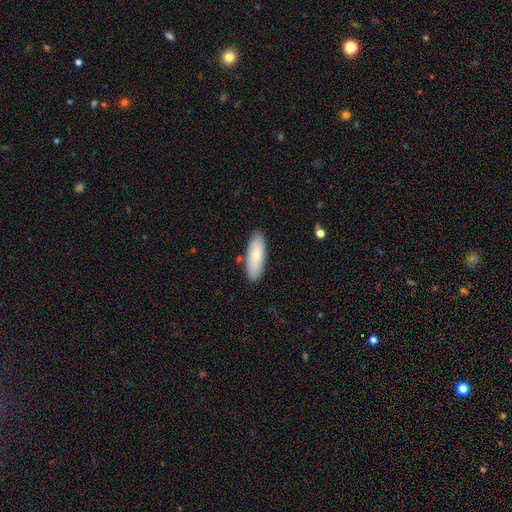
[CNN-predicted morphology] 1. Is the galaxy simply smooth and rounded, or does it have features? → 80% smooth, 14% featured or disk, 6% star or artifact.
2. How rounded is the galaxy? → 63% in between, 36% cigar-shaped, 2% round.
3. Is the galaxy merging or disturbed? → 86% none, 10% minor disturbance, 2% merger, 2% major disturbance.